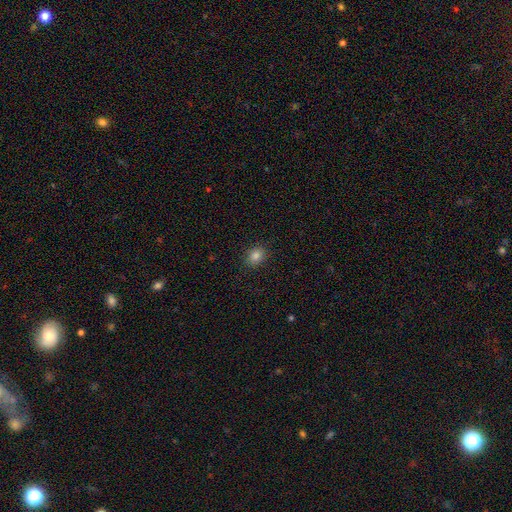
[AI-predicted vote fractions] Smooth or featured?
  - smooth: 83% *
  - star or artifact: 11%
  - featured or disk: 5%
How rounded?
  - in between: 63% *
  - round: 36%
  - cigar-shaped: 1%
Merging?
  - none: 89% *
  - minor disturbance: 8%
  - major disturbance: 2%
  - merger: 1%